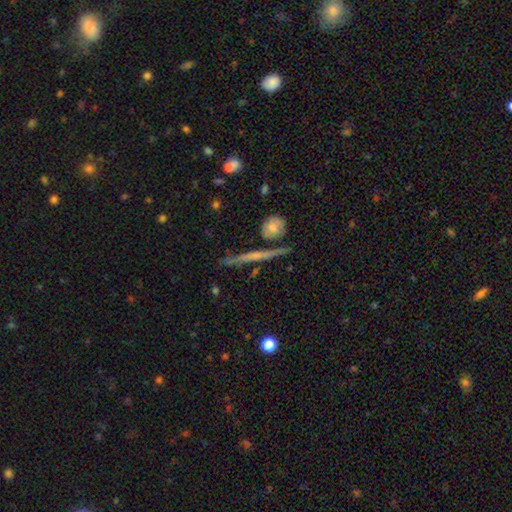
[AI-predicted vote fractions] Q: Smooth or featured?
A: featured or disk (63%); runner-up: smooth (29%)
Q: Edge-on disk?
A: yes (94%); runner-up: no (6%)
Q: Edge-on bulge?
A: none (64%); runner-up: rounded (27%)
Q: Merging?
A: none (81%); runner-up: minor disturbance (10%)